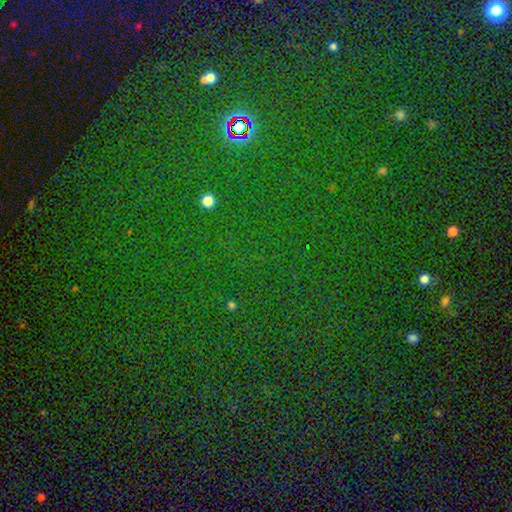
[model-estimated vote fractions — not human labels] Smooth or featured? Predicted: star or artifact (p=0.81).